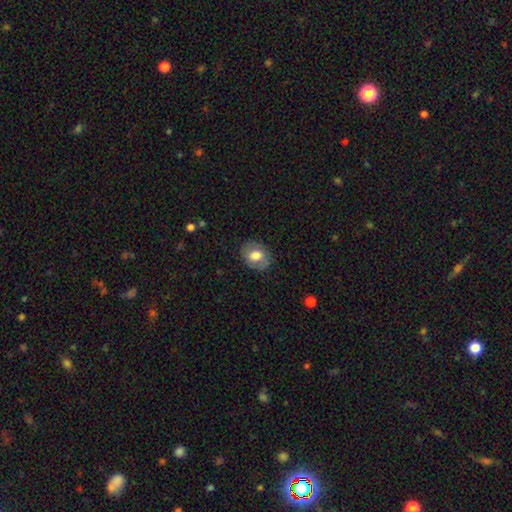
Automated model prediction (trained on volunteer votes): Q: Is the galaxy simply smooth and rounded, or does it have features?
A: smooth — 69%.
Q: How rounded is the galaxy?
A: in between — 52%.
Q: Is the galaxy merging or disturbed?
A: none — 82%.